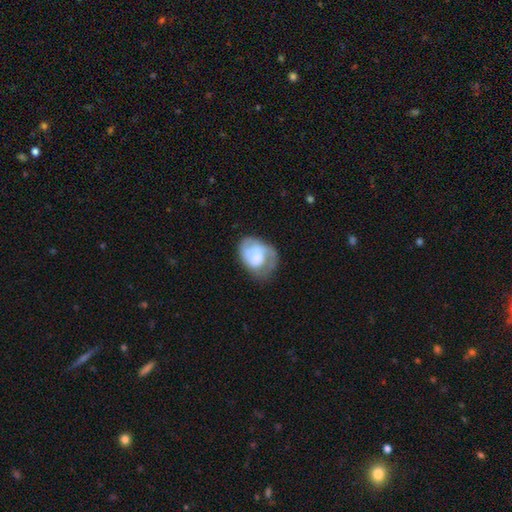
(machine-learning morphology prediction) A featured or disk galaxy (52%) with no bar (71%), spiral arms (56%) and a moderate central bulge (29%). Merging: none (39%).